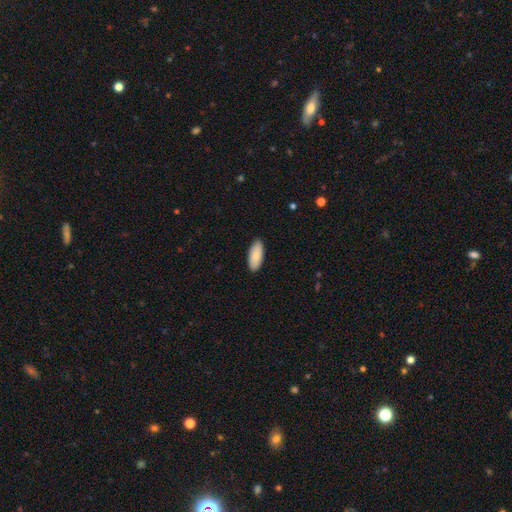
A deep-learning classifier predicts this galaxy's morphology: A smooth galaxy with no disk features (88%) that is in between round and cigar-shaped (87%).

Vote fractions:
- Smooth or featured? smooth: 88% / featured or disk: 7% / star or artifact: 5%
- How rounded? in between: 87% / cigar-shaped: 12% / round: 2%
- Merging? none: 89% / minor disturbance: 9% / major disturbance: 2% / merger: 1%